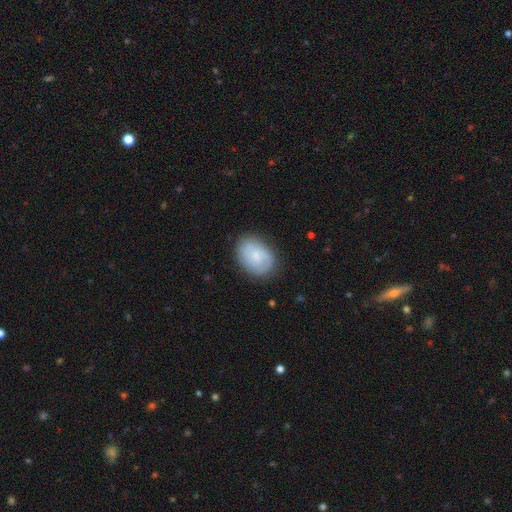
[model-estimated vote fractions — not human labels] smooth 54%, featured or disk 39%, star or artifact 7%. Down the decision tree: how rounded — in between (70%); merging — none (80%).